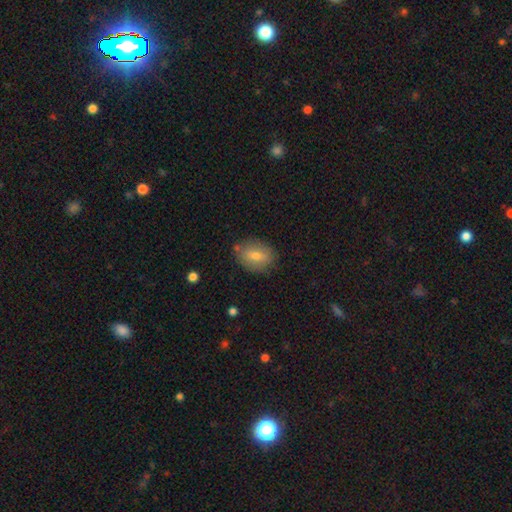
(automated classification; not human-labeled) A smooth galaxy with no disk features (74%) that is in between round and cigar-shaped (72%).

Vote fractions:
- Smooth or featured? smooth: 74% / featured or disk: 19% / star or artifact: 8%
- How rounded? in between: 72% / round: 26% / cigar-shaped: 2%
- Merging? none: 79% / minor disturbance: 15% / major disturbance: 3% / merger: 3%